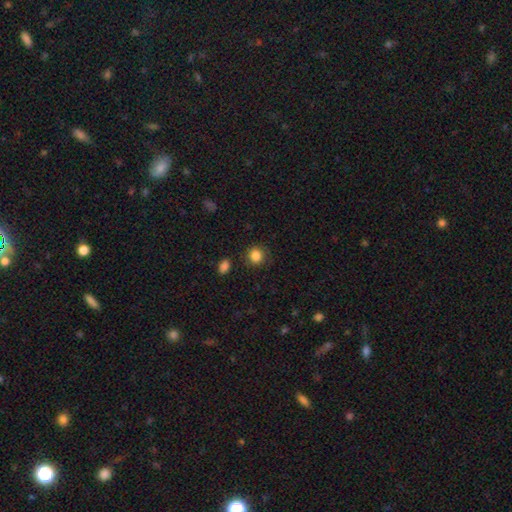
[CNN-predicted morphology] Smooth or featured? Predicted: smooth (p=0.86). How rounded? Predicted: round (p=0.86). Merging? Predicted: none (p=0.86).